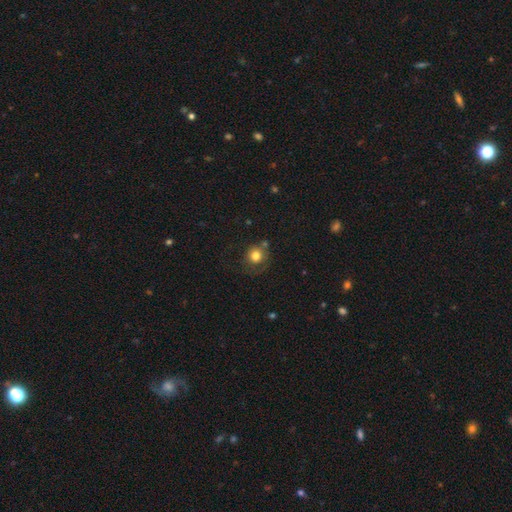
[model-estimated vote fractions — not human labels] smooth 78%, featured or disk 11%, star or artifact 11%. Down the decision tree: how rounded — round (88%); merging — none (60%).